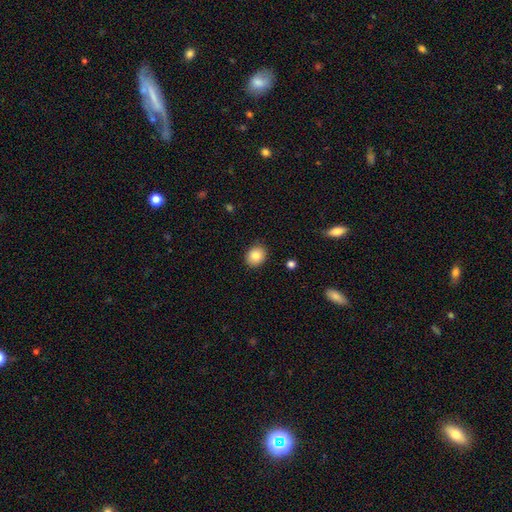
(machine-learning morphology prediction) A smooth galaxy with no disk features (83%) that is round (64%).

Vote fractions:
- Smooth or featured? smooth: 83% / star or artifact: 9% / featured or disk: 8%
- How rounded? round: 64% / in between: 35% / cigar-shaped: 1%
- Merging? none: 88% / minor disturbance: 8% / major disturbance: 2% / merger: 1%